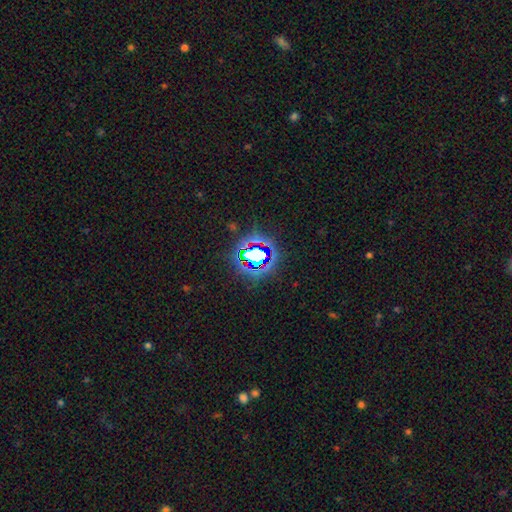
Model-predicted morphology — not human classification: Smooth or featured?
  - star or artifact: 81% *
  - smooth: 11%
  - featured or disk: 8%